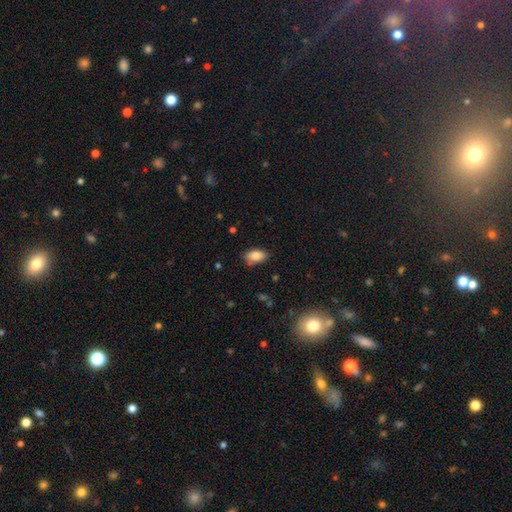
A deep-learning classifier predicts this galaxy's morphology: Q: Smooth or featured?
A: smooth (85%); runner-up: star or artifact (8%)
Q: How rounded?
A: in between (92%); runner-up: round (6%)
Q: Merging?
A: none (76%); runner-up: minor disturbance (18%)